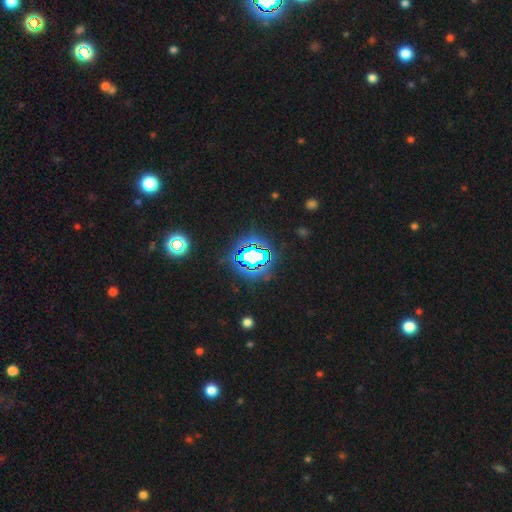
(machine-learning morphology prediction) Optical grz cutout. It shows a star or artifact, not a galaxy (79%).